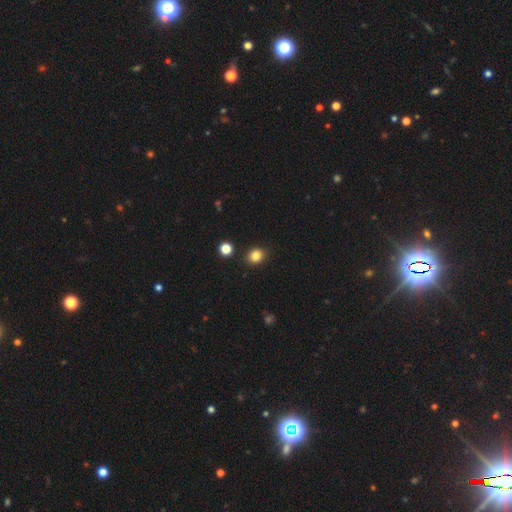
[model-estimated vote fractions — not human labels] Smooth or featured? Predicted: smooth (p=0.84). How rounded? Predicted: round (p=0.67). Merging? Predicted: none (p=0.88).